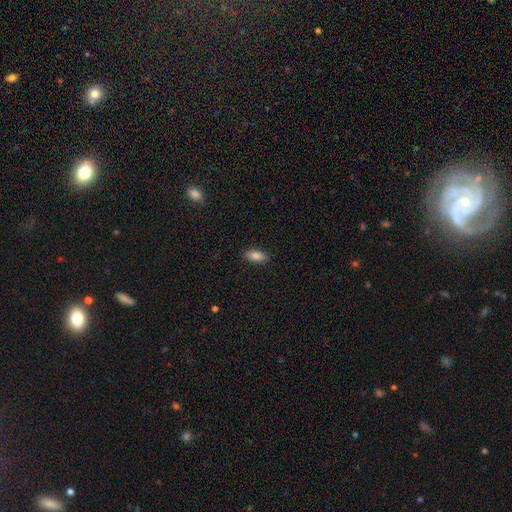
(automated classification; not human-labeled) Smooth or featured? smooth (85%)
How rounded? in between (86%)
Merging? none (88%)